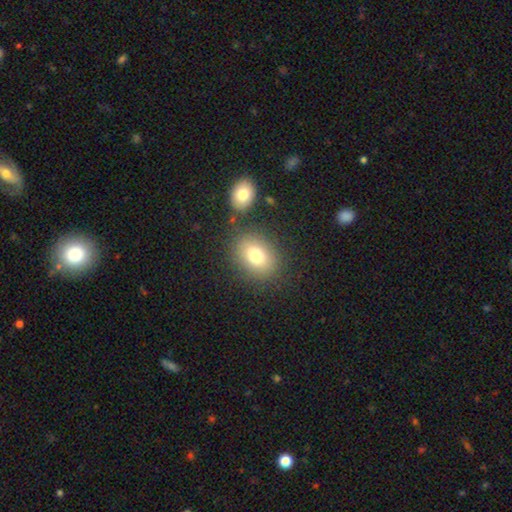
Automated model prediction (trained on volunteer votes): Q: Smooth or featured?
A: smooth (77%); runner-up: featured or disk (12%)
Q: How rounded?
A: in between (64%); runner-up: round (35%)
Q: Merging?
A: none (77%); runner-up: minor disturbance (10%)